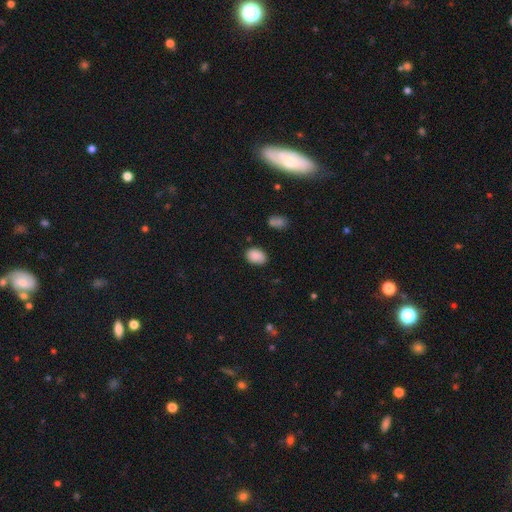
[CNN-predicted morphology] This appears to be a smooth galaxy with no disk features (88%) that is in between round and cigar-shaped (80%). Merging: none (81%).